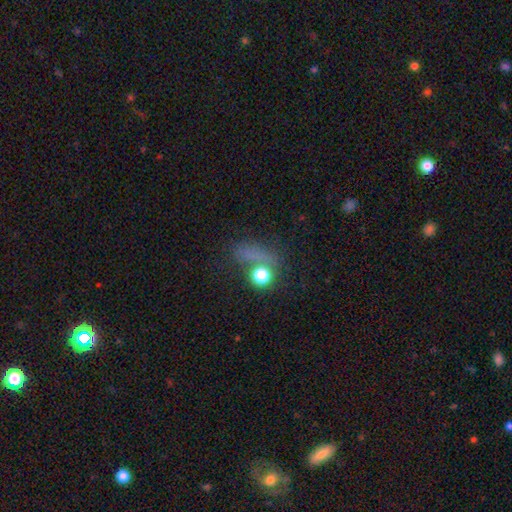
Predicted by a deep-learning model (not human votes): A smooth galaxy with no disk features (52%) that is round (57%).

Vote fractions:
- Smooth or featured? smooth: 52% / star or artifact: 33% / featured or disk: 15%
- How rounded? round: 57% / in between: 34% / cigar-shaped: 9%
- Merging? none: 49% / major disturbance: 21% / minor disturbance: 16% / merger: 14%